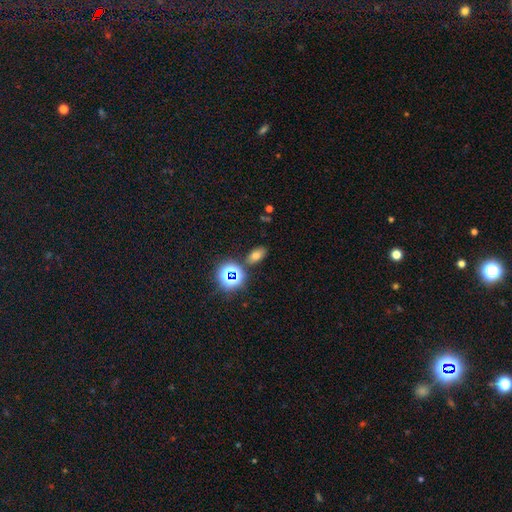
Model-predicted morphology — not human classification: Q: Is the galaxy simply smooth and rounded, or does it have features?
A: smooth — 64%.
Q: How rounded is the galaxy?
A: in between — 86%.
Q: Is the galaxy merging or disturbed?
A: none — 80%.